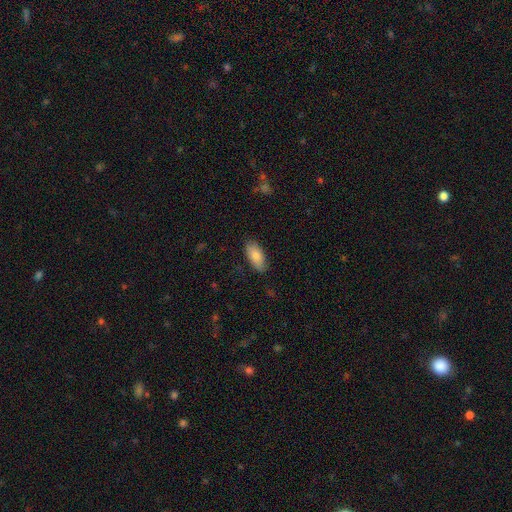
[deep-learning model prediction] A smooth galaxy with no disk features (83%) that is in between round and cigar-shaped (89%).

Vote fractions:
- Smooth or featured? smooth: 83% / featured or disk: 10% / star or artifact: 6%
- How rounded? in between: 89% / cigar-shaped: 8% / round: 2%
- Merging? none: 83% / minor disturbance: 13% / major disturbance: 3% / merger: 1%